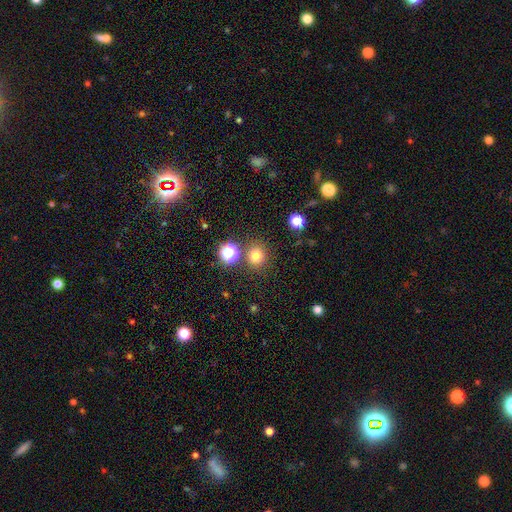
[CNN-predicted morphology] smooth 75%, star or artifact 18%, featured or disk 6%. Down the decision tree: how rounded — round (88%); merging — none (82%).